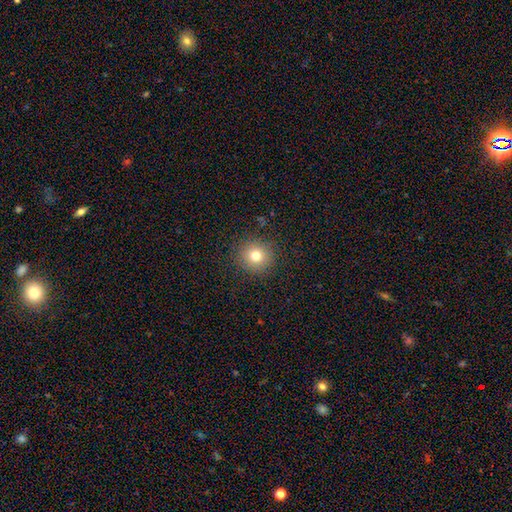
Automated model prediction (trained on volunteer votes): A smooth galaxy with no disk features (77%) that is round (93%).

Vote fractions:
- Smooth or featured? smooth: 77% / star or artifact: 14% / featured or disk: 10%
- How rounded? round: 93% / in between: 6% / cigar-shaped: 1%
- Merging? none: 90% / minor disturbance: 6% / major disturbance: 3% / merger: 1%